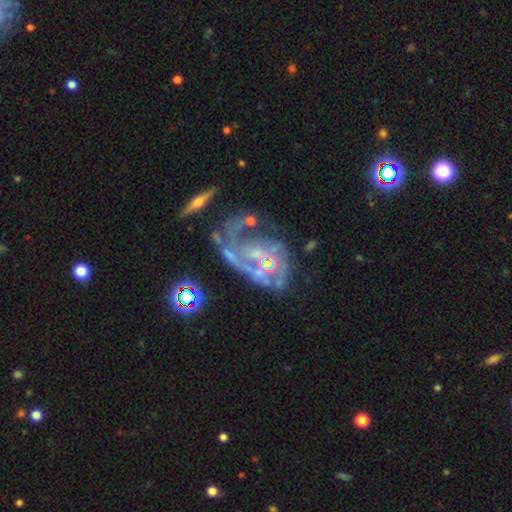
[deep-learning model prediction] Smooth or featured?
  - featured or disk: 78% *
  - star or artifact: 12%
  - smooth: 10%
Edge-on disk?
  - no: 96% *
  - yes: 4%
Bar?
  - no: 63% *
  - weak: 28%
  - strong: 9%
Spiral arms?
  - yes: 73% *
  - no: 27%
Spiral winding?
  - medium: 39% *
  - tight: 31%
  - loose: 30%
Spiral arm count?
  - can't tell: 31% *
  - 2: 29%
  - 1: 21%
  - 3: 10%
  - 4: 4%
  - more than 4: 4%
Bulge size?
  - small: 53% *
  - moderate: 28%
  - none: 15%
  - large: 2%
  - dominant: 2%
Merging?
  - major disturbance: 37% *
  - none: 25%
  - merger: 24%
  - minor disturbance: 14%